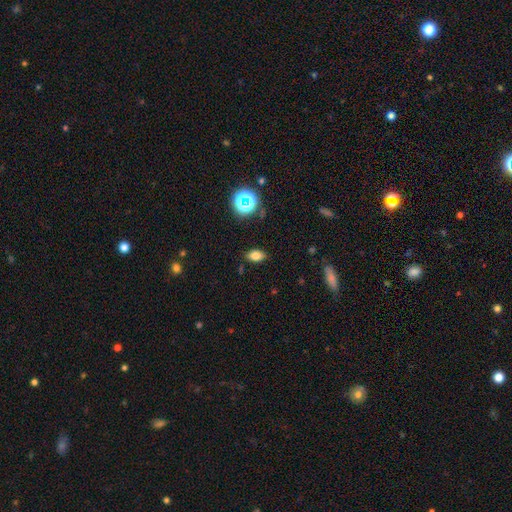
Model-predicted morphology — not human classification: smooth-or-featured: smooth: 74% | star or artifact: 16% | featured or disk: 10%
  how-rounded: in between: 86% | round: 10% | cigar-shaped: 3%
  merging: none: 86% | minor disturbance: 10% | major disturbance: 3% | merger: 1%